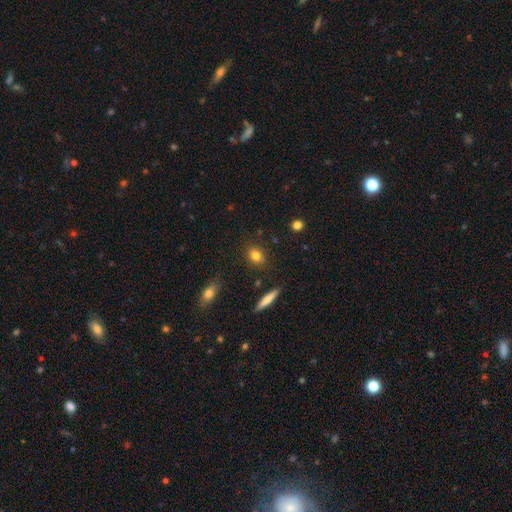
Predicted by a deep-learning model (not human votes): Smooth or featured? smooth (81%)
How rounded? in between (53%)
Merging? none (85%)